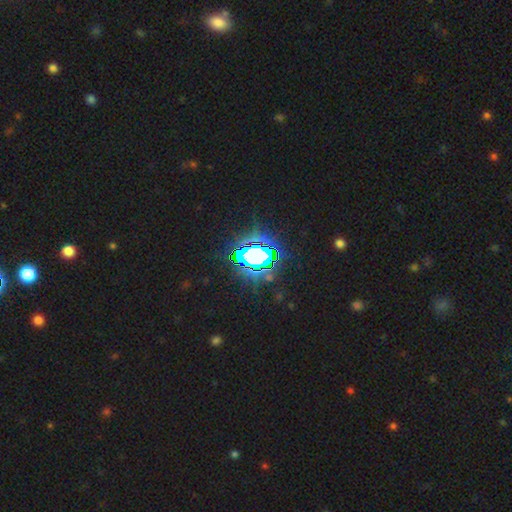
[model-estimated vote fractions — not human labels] This is likely a star or artifact rather than a galaxy (70%).